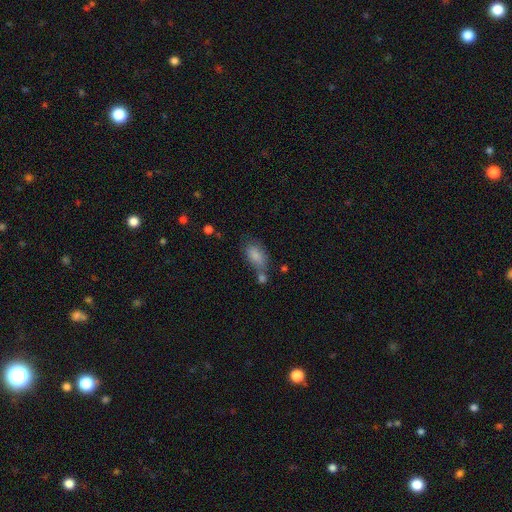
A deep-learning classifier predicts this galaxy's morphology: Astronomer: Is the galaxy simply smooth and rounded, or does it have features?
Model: smooth — 82%.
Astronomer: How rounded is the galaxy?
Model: in between — 90%.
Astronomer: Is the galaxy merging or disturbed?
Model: none — 42% (runner-up: merger, 27%).